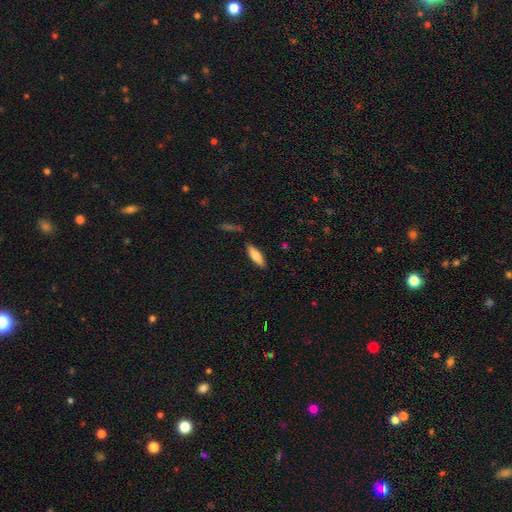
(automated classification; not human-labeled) smooth_or_featured: smooth (p=0.77) [alt: featured or disk p=0.17]
how_rounded: in between (p=0.53) [alt: cigar-shaped p=0.45]
merging: none (p=0.85) [alt: minor disturbance p=0.10]